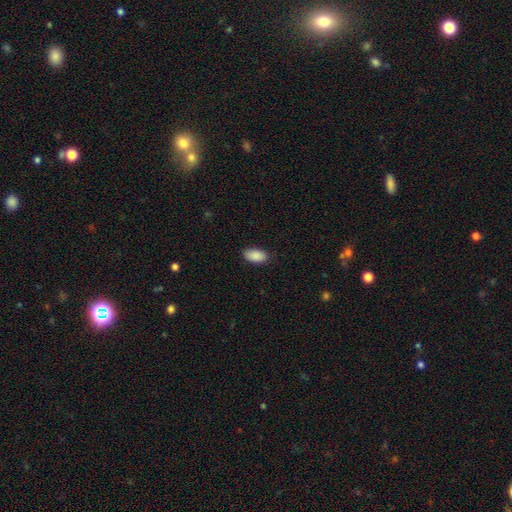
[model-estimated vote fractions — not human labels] Smooth or featured? smooth (90%)
How rounded? in between (94%)
Merging? none (86%)